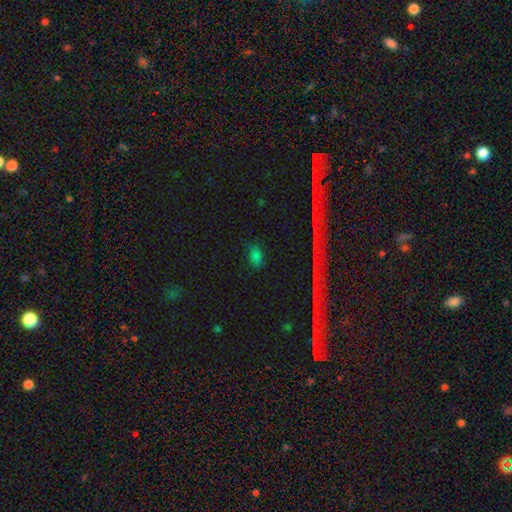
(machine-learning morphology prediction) A smooth galaxy with no disk features (69%) that is in between round and cigar-shaped (81%).

Vote fractions:
- Smooth or featured? smooth: 69% / star or artifact: 22% / featured or disk: 9%
- How rounded? in between: 81% / round: 15% / cigar-shaped: 4%
- Merging? none: 72% / minor disturbance: 19% / major disturbance: 6% / merger: 3%